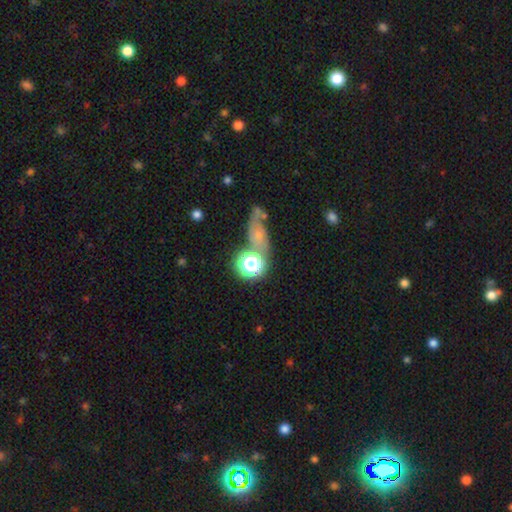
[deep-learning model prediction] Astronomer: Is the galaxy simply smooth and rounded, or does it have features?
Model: star or artifact — 51% (runner-up: smooth, 33%).